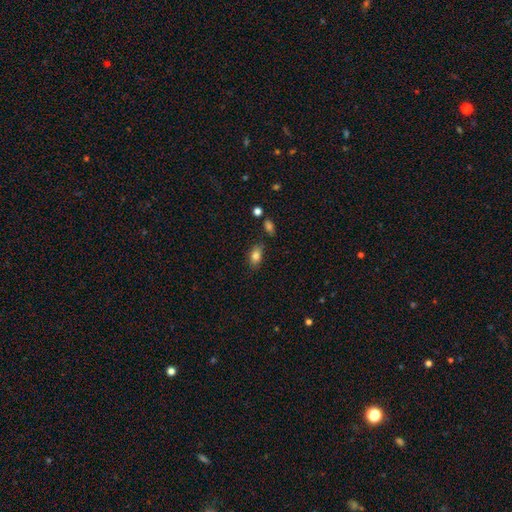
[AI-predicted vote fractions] This appears to be a smooth galaxy with no disk features (82%) that is in between round and cigar-shaped (86%). Merging: none (76%).